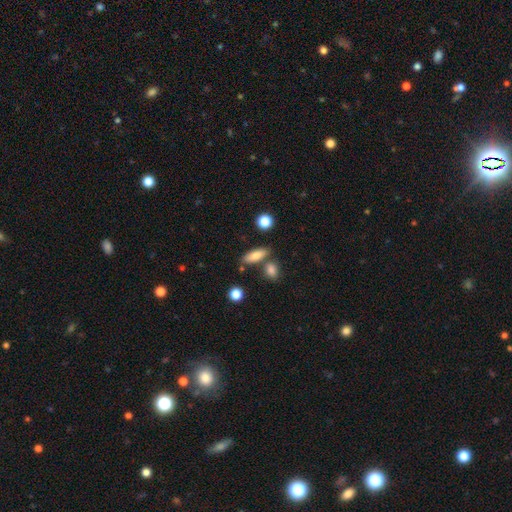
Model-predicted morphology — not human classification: Overall: smooth (78%). How rounded: in between (64%; cigar-shaped 31%). Merging: none (72%).